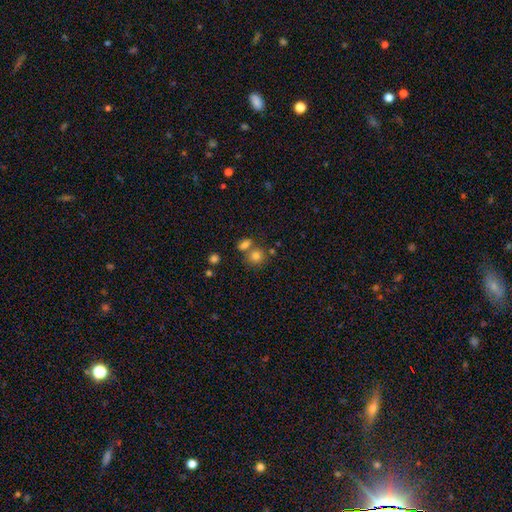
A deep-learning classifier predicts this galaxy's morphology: smooth 78%, star or artifact 13%, featured or disk 9%. Down the decision tree: how rounded — round (78%); merging — none (59%).